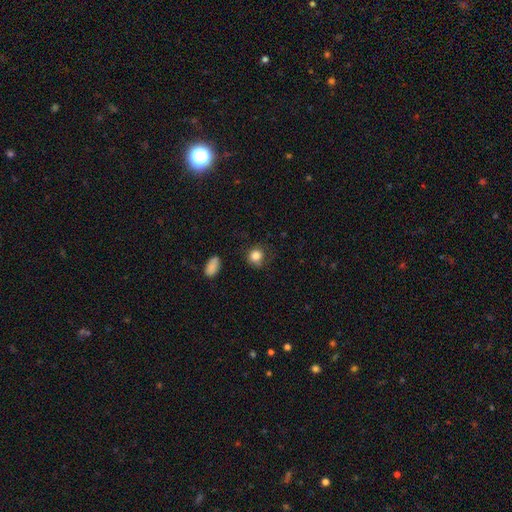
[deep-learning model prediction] A smooth galaxy with no disk features (85%) that is round (81%). Merging: none (69%).